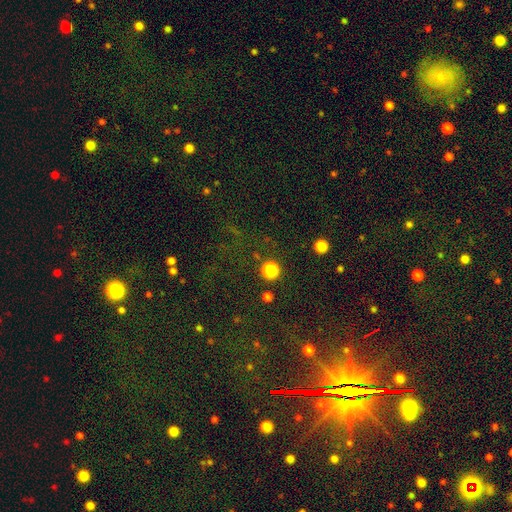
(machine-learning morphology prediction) star or artifact 80%, smooth 11%, featured or disk 8%.